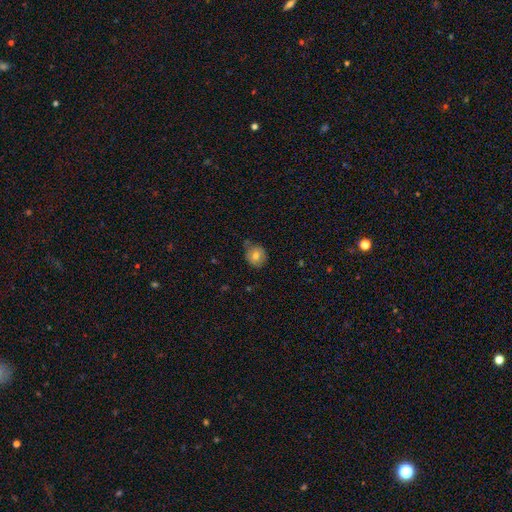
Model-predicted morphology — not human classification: Smooth or featured?
  - smooth: 76% *
  - featured or disk: 14%
  - star or artifact: 10%
How rounded?
  - round: 86% *
  - in between: 13%
  - cigar-shaped: 1%
Merging?
  - none: 74% *
  - minor disturbance: 19%
  - merger: 4%
  - major disturbance: 3%